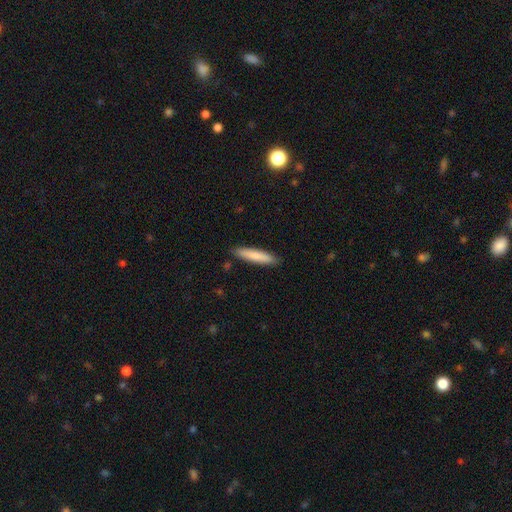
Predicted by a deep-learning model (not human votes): Smooth or featured? smooth (81%)
How rounded? cigar-shaped (88%)
Merging? none (89%)